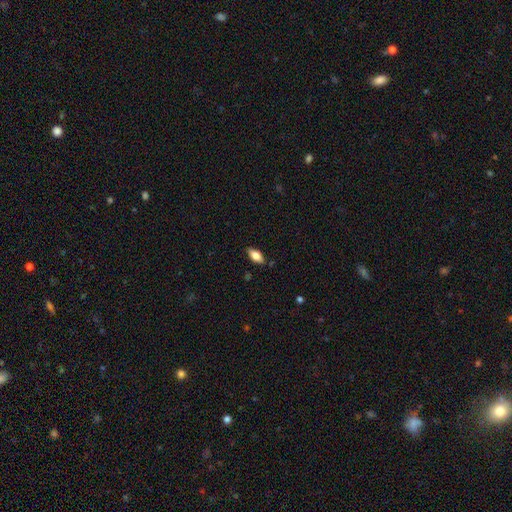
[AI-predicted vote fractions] Smooth or featured?
  - smooth: 74% *
  - featured or disk: 18%
  - star or artifact: 7%
How rounded?
  - in between: 87% *
  - cigar-shaped: 9%
  - round: 3%
Merging?
  - none: 84% *
  - minor disturbance: 12%
  - major disturbance: 2%
  - merger: 1%